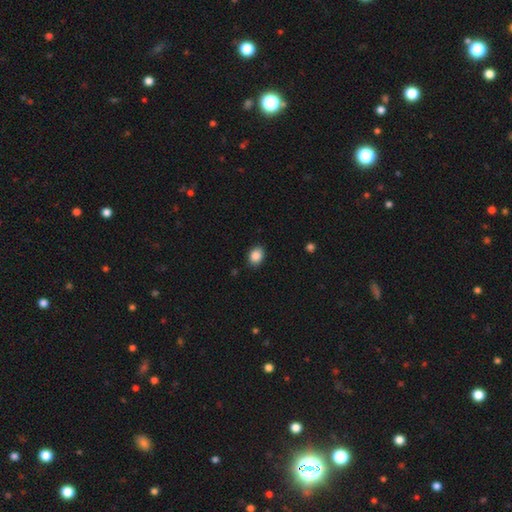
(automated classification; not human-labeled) A smooth galaxy with no disk features (88%) that is in between round and cigar-shaped (62%).

Vote fractions:
- Smooth or featured? smooth: 88% / star or artifact: 9% / featured or disk: 3%
- How rounded? in between: 62% / round: 37% / cigar-shaped: 1%
- Merging? none: 87% / minor disturbance: 10% / major disturbance: 2% / merger: 1%